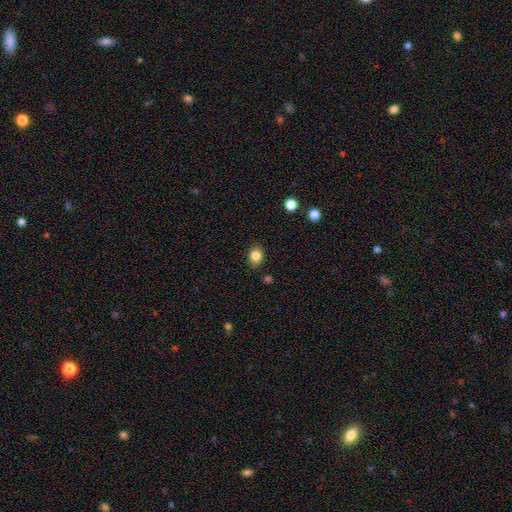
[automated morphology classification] Q: Smooth or featured?
A: smooth (84%); runner-up: star or artifact (10%)
Q: How rounded?
A: round (51%); runner-up: in between (48%)
Q: Merging?
A: none (84%); runner-up: minor disturbance (12%)